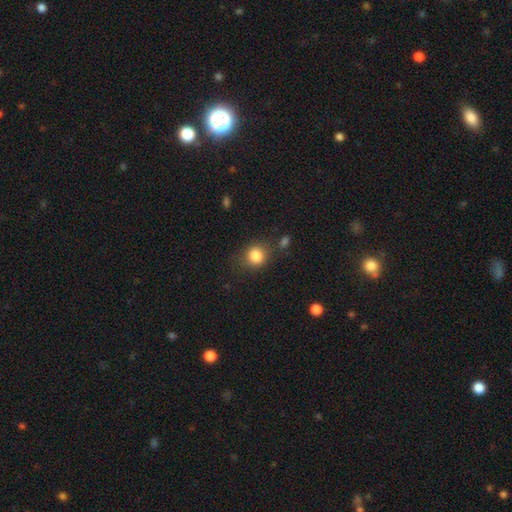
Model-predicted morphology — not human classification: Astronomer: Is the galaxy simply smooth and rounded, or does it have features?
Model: smooth — 84%.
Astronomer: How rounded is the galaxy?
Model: round — 77%.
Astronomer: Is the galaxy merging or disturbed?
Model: none — 75%.